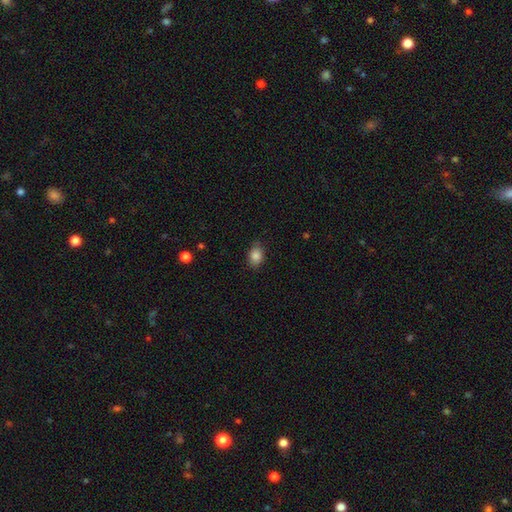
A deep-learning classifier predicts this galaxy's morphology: smooth_or_featured: smooth (p=0.86) [alt: star or artifact p=0.09]
how_rounded: in between (p=0.75) [alt: round p=0.24]
merging: none (p=0.79) [alt: minor disturbance p=0.17]